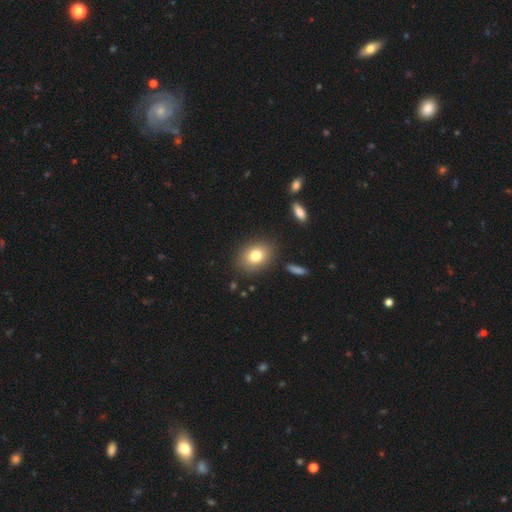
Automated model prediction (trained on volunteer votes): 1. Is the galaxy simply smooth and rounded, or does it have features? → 79% smooth, 11% featured or disk, 10% star or artifact.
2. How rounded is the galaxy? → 59% in between, 40% round, 1% cigar-shaped.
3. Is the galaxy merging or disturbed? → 85% none, 10% minor disturbance, 3% major disturbance, 2% merger.